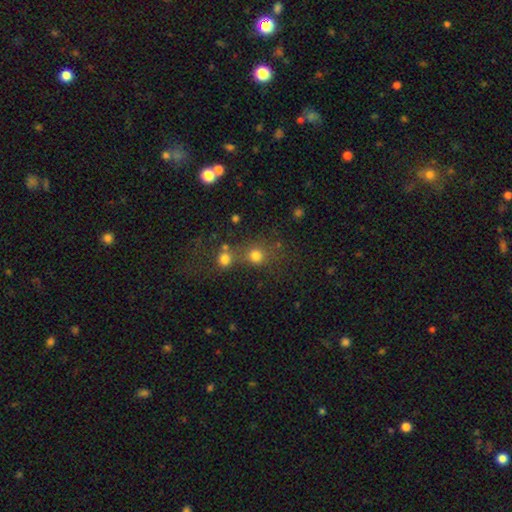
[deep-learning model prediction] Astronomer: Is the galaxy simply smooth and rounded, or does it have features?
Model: smooth — 74%.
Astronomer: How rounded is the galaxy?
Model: round — 86%.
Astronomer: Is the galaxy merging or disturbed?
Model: none — 53% (runner-up: merger, 31%).